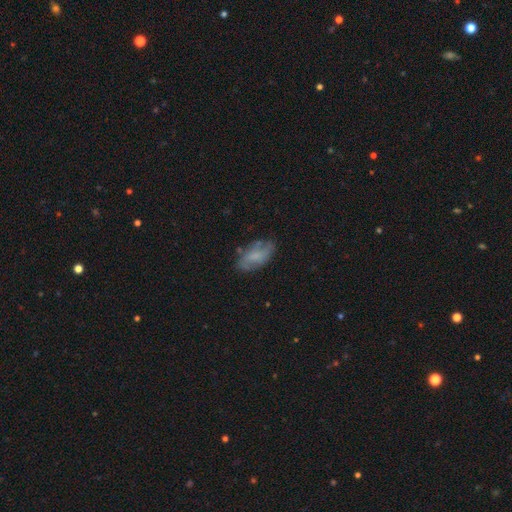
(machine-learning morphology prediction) This is possibly a smooth galaxy (58%). How rounded: clearly in between (90%). Merging: likely none (66%).